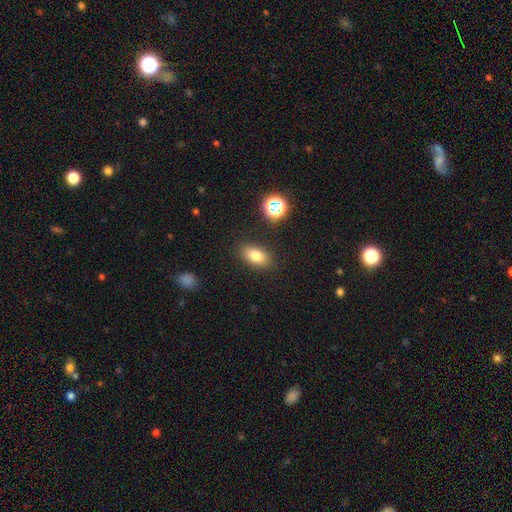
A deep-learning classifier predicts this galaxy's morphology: smooth-or-featured: smooth: 77% | star or artifact: 12% | featured or disk: 11%
  how-rounded: in between: 87% | round: 8% | cigar-shaped: 5%
  merging: none: 86% | minor disturbance: 9% | major disturbance: 3% | merger: 2%